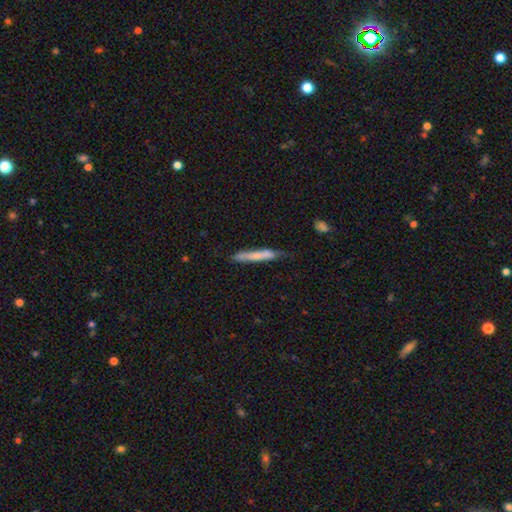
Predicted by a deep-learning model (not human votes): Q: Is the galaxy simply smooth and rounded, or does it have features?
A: smooth — 65%.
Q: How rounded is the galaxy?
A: cigar-shaped — 94%.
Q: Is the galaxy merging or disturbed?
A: none — 70%.